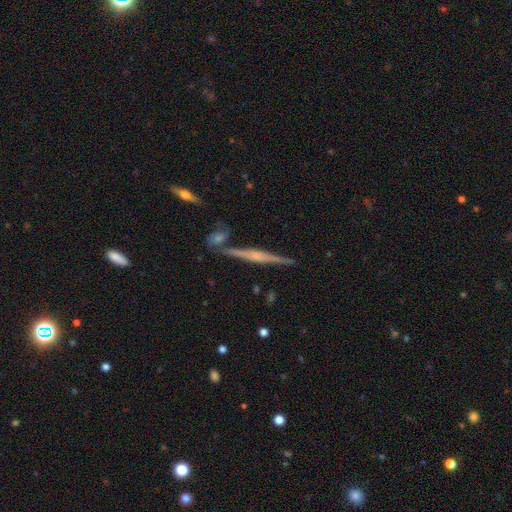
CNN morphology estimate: smooth-or-featured: featured or disk: 78% | smooth: 16% | star or artifact: 7%
  disk-edge-on: yes: 98% | no: 2%
    edge-on-bulge: rounded: 60% | boxy: 21% | none: 19%
  merging: none: 84% | minor disturbance: 8% | merger: 5% | major disturbance: 2%